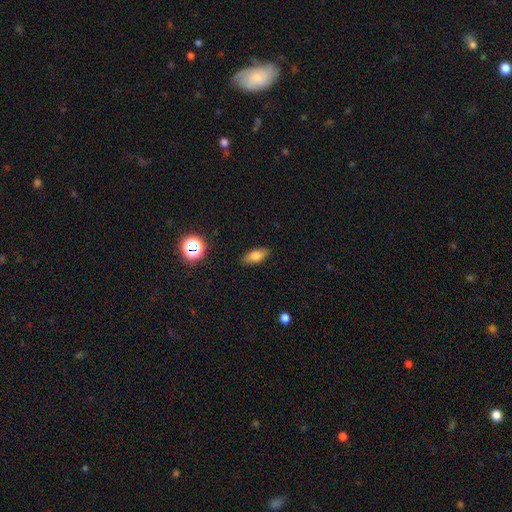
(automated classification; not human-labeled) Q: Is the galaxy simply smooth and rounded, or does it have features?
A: smooth — 75%.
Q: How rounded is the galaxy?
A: in between — 82%.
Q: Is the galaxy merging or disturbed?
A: none — 86%.